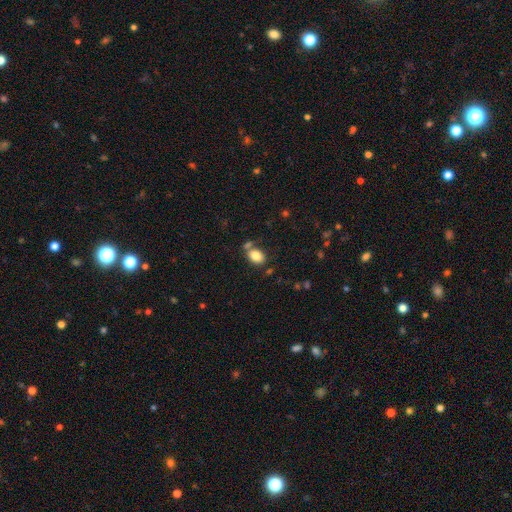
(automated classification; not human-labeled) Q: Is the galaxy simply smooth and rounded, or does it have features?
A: smooth — 83%.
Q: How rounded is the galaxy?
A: in between — 73%.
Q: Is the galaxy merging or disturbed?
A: none — 62%.